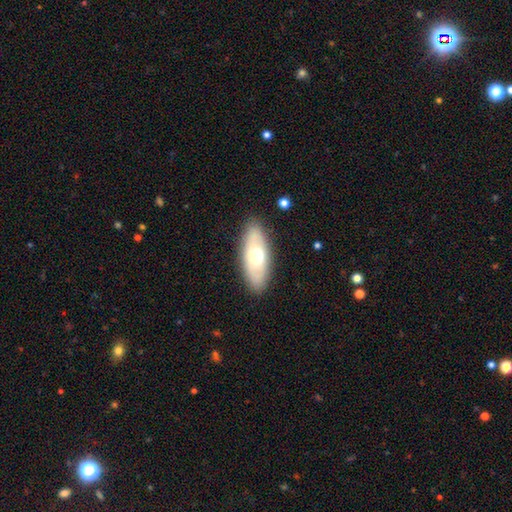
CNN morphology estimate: smooth_or_featured: smooth (p=0.61) [alt: featured or disk p=0.33]
how_rounded: in between (p=0.77) [alt: cigar-shaped p=0.20]
merging: none (p=0.87) [alt: minor disturbance p=0.09]